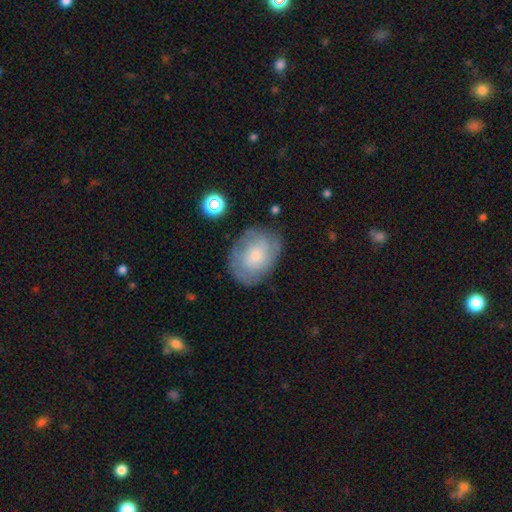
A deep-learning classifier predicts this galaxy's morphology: smooth 50%, featured or disk 42%, star or artifact 8%. Down the decision tree: merging — none (72%).